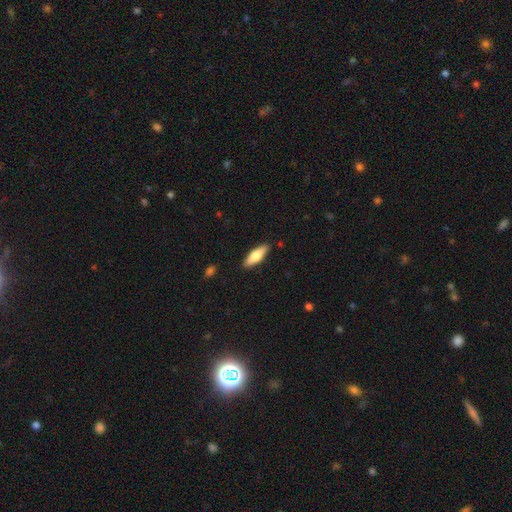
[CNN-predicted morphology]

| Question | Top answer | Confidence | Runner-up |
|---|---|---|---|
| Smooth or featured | smooth | 65% | featured or disk (30%) |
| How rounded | in between | 51% | cigar-shaped (47%) |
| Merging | none | 88% | minor disturbance (9%) |